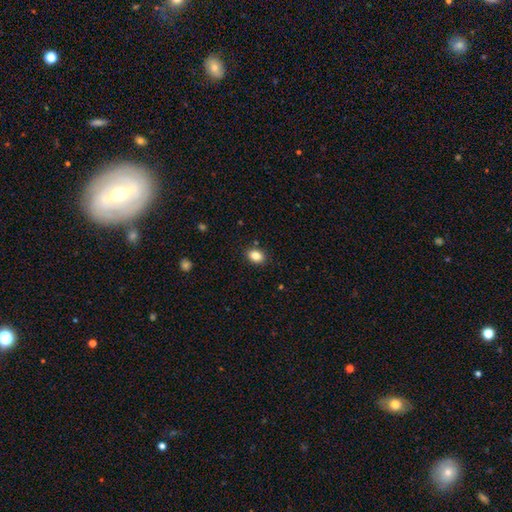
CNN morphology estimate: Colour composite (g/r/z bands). It shows a smooth galaxy with no disk features (86%) that is in between round and cigar-shaped (68%). Merging: none (88%).